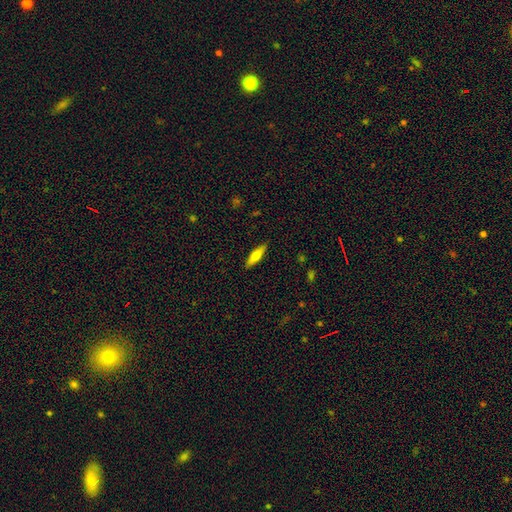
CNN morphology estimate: Overall: smooth (63%; featured or disk 31%). How rounded: cigar-shaped (70%). Merging: none (89%).